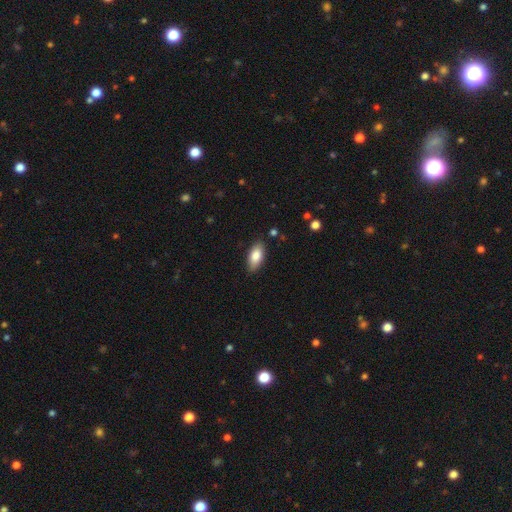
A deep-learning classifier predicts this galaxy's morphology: Q: Smooth or featured?
A: smooth (83%); runner-up: featured or disk (11%)
Q: How rounded?
A: in between (89%); runner-up: cigar-shaped (9%)
Q: Merging?
A: none (85%); runner-up: minor disturbance (11%)